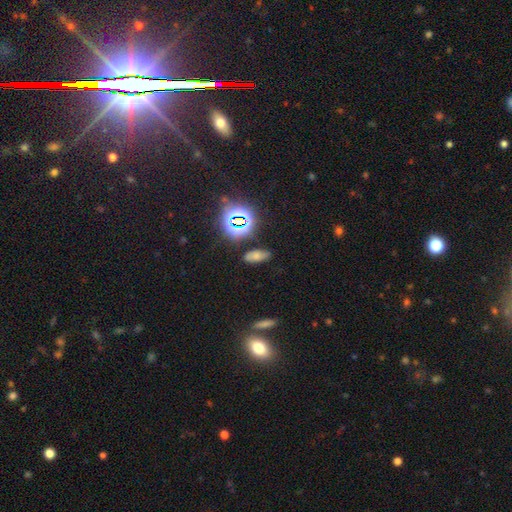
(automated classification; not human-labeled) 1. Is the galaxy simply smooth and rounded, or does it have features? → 57% smooth, 29% star or artifact, 14% featured or disk.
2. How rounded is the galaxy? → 81% in between, 11% cigar-shaped, 8% round.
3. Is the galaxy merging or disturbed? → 80% none, 13% minor disturbance, 4% major disturbance, 3% merger.